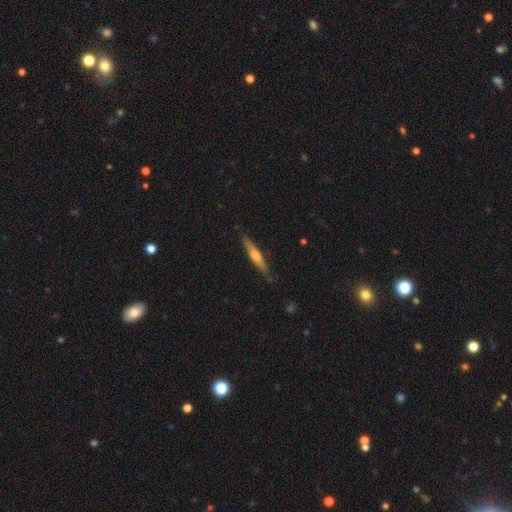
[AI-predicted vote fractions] smooth 48%, featured or disk 46%, star or artifact 6%. Down the decision tree: merging — none (86%).